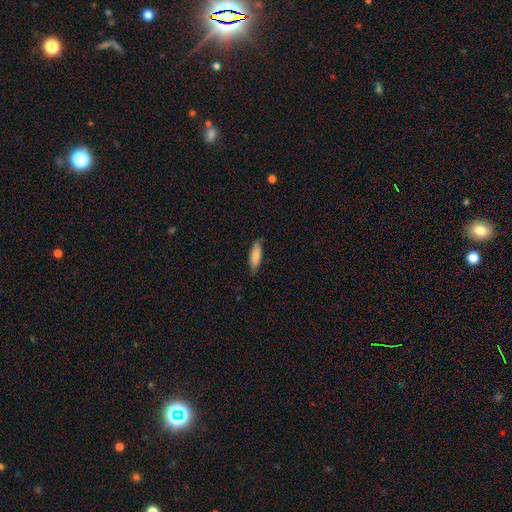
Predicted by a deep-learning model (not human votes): smooth_or_featured: smooth (p=0.80) [alt: featured or disk p=0.15]
how_rounded: in between (p=0.51) [alt: cigar-shaped p=0.48]
merging: none (p=0.81) [alt: minor disturbance p=0.16]